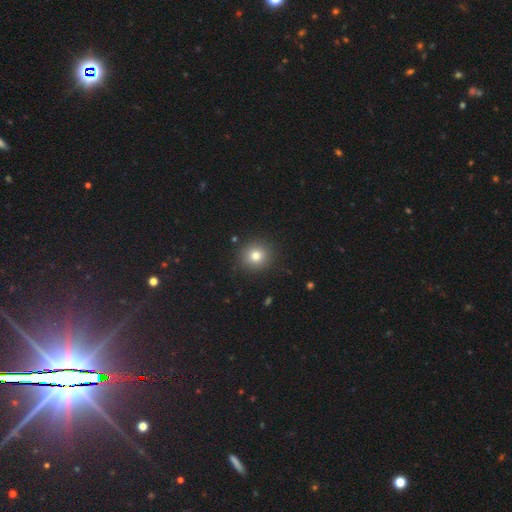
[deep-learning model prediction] This is likely a smooth galaxy (78%). How rounded: clearly round (92%). Merging: clearly none (90%).